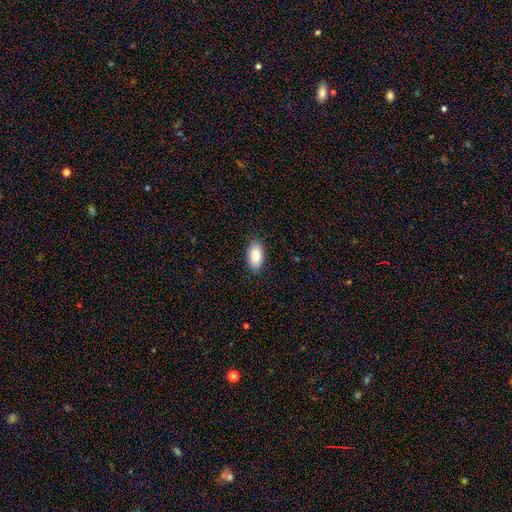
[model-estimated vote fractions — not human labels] Smooth or featured: smooth — 87% (featured or disk — 7%)
How rounded: in between — 94% (round — 3%)
Merging: none — 87% (minor disturbance — 10%)